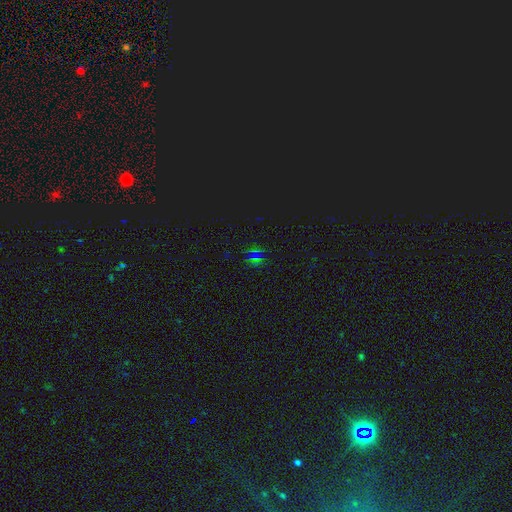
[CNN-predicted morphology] Smooth or featured? star or artifact (66%)